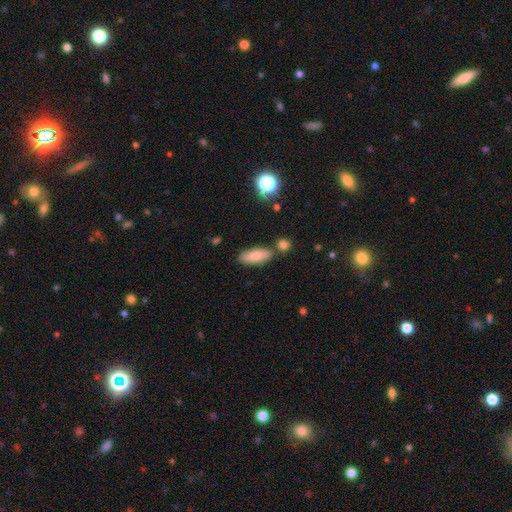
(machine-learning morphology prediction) smooth 75%, featured or disk 18%, star or artifact 8%. Down the decision tree: how rounded — in between (64%); merging — none (75%).